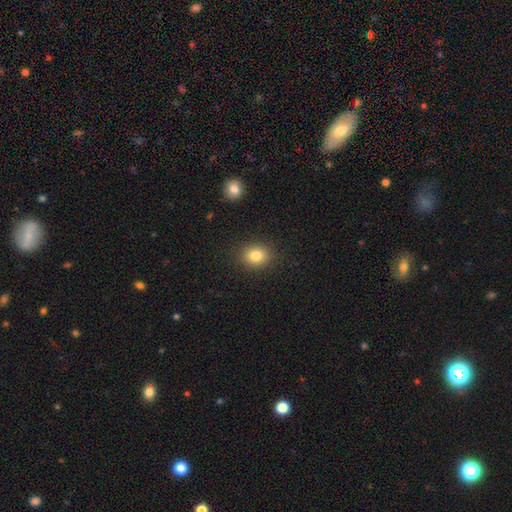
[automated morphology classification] Overall: smooth (83%). How rounded: round (58%; in between 41%). Merging: none (88%).